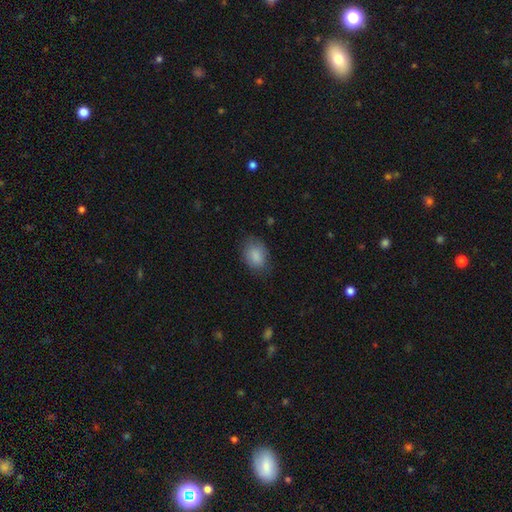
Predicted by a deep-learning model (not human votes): smooth_or_featured: smooth (p=0.86) [alt: star or artifact p=0.07]
how_rounded: in between (p=0.76) [alt: round p=0.23]
merging: none (p=0.71) [alt: minor disturbance p=0.21]